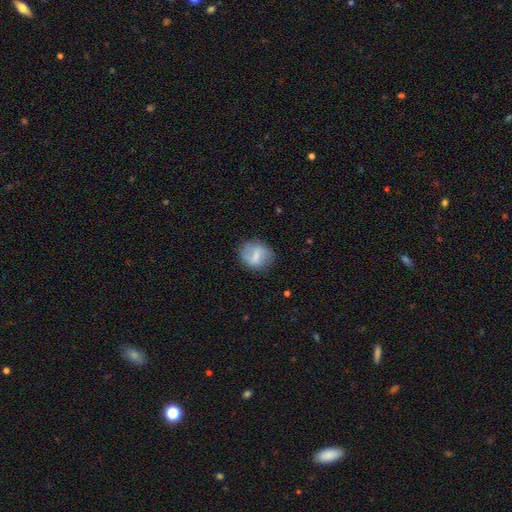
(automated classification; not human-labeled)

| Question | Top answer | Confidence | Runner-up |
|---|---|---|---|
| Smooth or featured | smooth | 47% | featured or disk (45%) |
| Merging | none | 70% | minor disturbance (20%) |